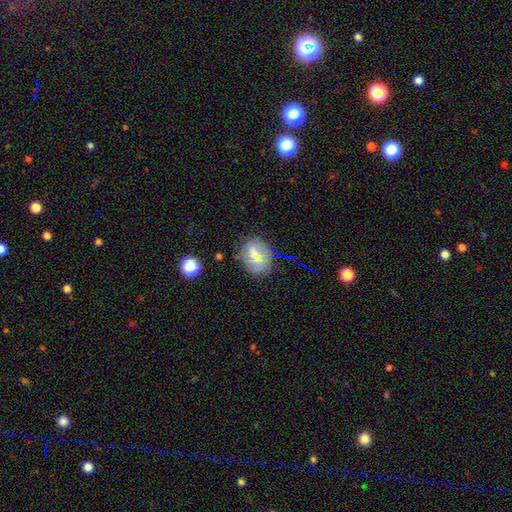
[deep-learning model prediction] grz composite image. It shows a smooth galaxy with no disk features (65%) that is round (64%). Merging: none (82%).